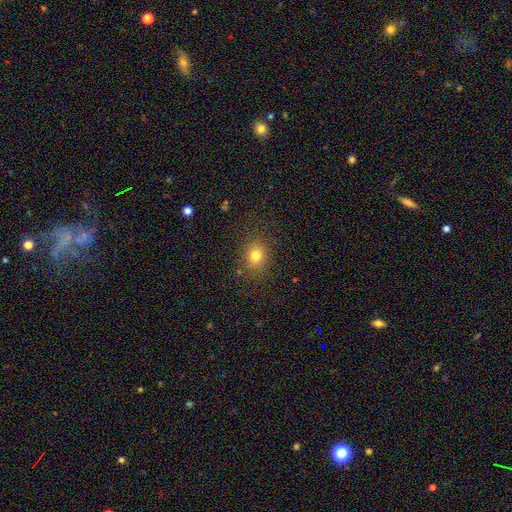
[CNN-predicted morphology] Smooth or featured: smooth — 78% (star or artifact — 14%)
How rounded: round — 57% (in between — 42%)
Merging: none — 84% (minor disturbance — 11%)